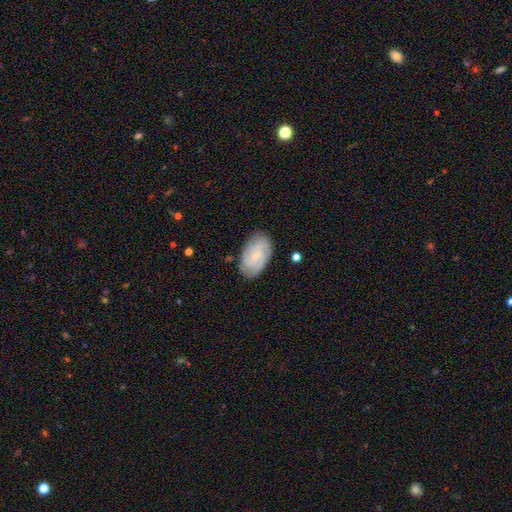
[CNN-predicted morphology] featured or disk 62%, smooth 31%, star or artifact 7%. Down the decision tree: edge-on disk — no (96%); bar — no (69%); spiral arms — yes (91%); spiral arm count — can't tell (36%); spiral winding — tight (58%); bulge size — small (78%); merging — none (81%).